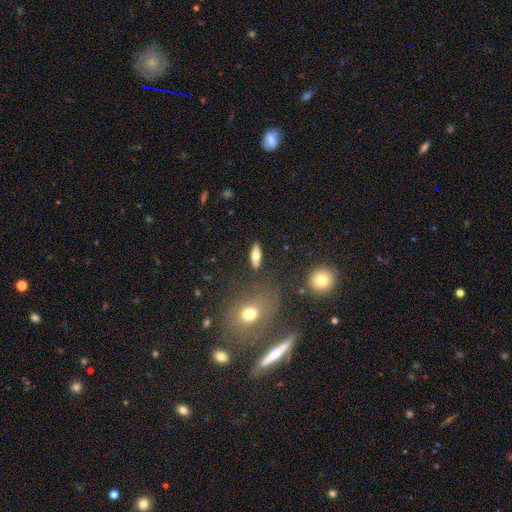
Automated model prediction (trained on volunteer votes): Morphology: type=smooth (61%); roundness=in between (52%); merging=none (84%).